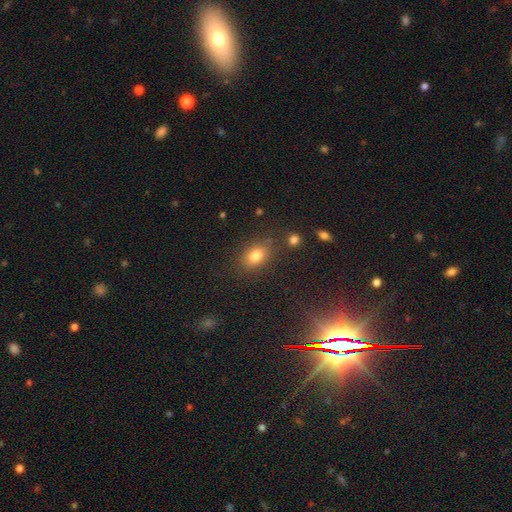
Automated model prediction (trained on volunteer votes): Q: Smooth or featured?
A: smooth (80%); runner-up: star or artifact (12%)
Q: How rounded?
A: in between (76%); runner-up: round (22%)
Q: Merging?
A: none (80%); runner-up: minor disturbance (12%)